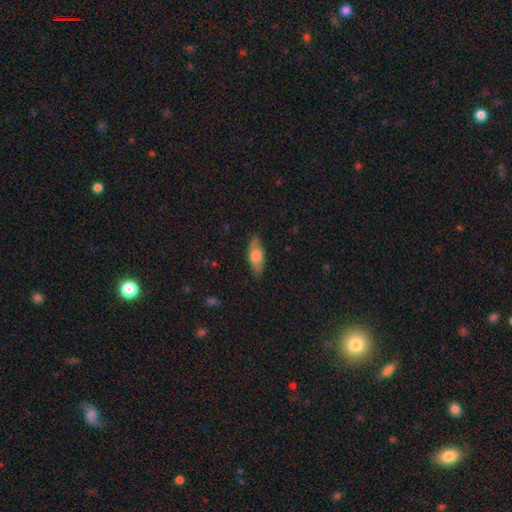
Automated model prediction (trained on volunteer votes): Smooth or featured: smooth — 68% (featured or disk — 26%)
How rounded: in between — 74% (cigar-shaped — 23%)
Merging: none — 81% (minor disturbance — 14%)